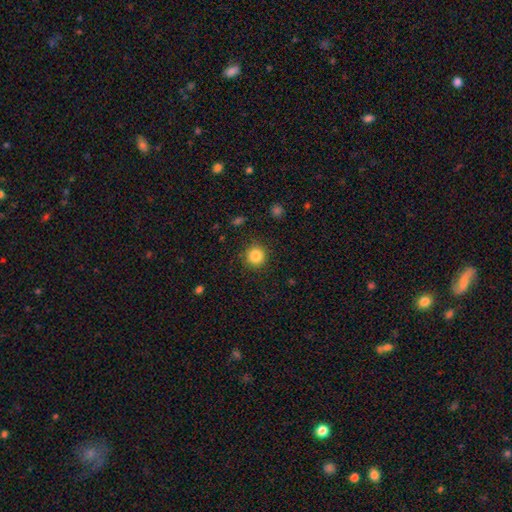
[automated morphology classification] A smooth galaxy with no disk features (84%) that is round (94%). Merging: none (89%).